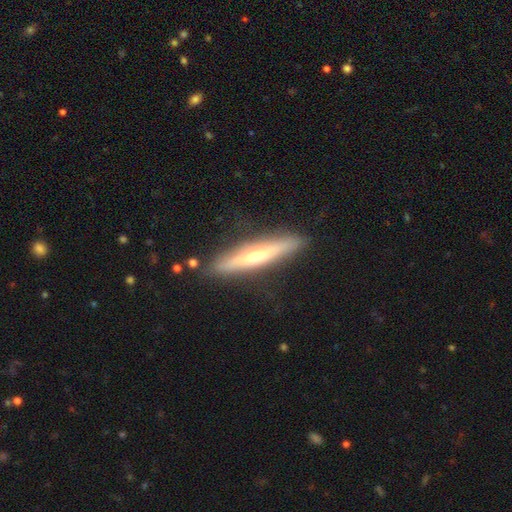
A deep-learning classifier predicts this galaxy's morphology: Smooth or featured? featured or disk (57%)
Edge-on disk? yes (90%)
Edge-on bulge? rounded (78%)
Merging? none (86%)